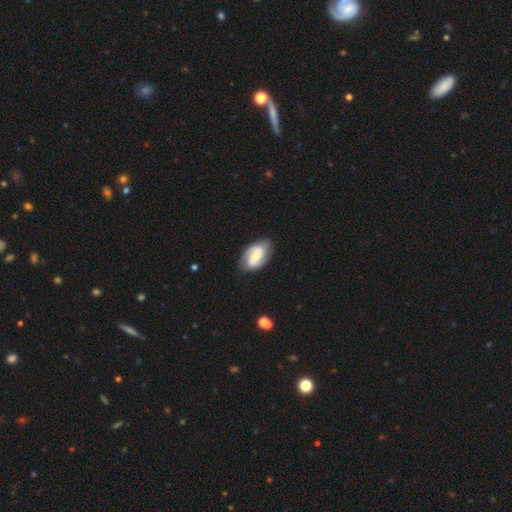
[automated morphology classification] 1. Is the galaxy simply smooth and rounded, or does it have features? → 71% featured or disk, 23% smooth, 6% star or artifact.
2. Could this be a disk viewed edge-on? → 96% no, 4% yes.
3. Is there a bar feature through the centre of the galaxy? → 45% weak, 37% no, 18% strong.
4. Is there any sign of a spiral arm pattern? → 92% yes, 8% no.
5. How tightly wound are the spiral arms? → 45% medium, 29% tight, 26% loose.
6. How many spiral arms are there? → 81% 2, 9% can't tell, 5% 3, 2% 1, 1% 4, 1% more than 4.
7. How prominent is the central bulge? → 46% small, 45% moderate, 4% large, 4% none, 1% dominant.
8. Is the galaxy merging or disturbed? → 76% none, 18% minor disturbance, 5% major disturbance, 2% merger.